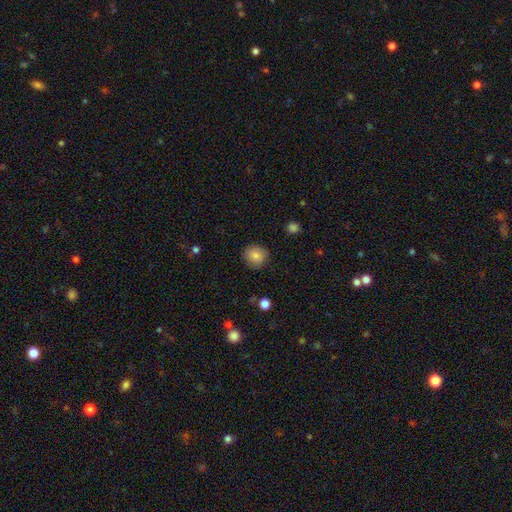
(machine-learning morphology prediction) A smooth galaxy with no disk features (85%) that is round (87%). Merging: none (86%).